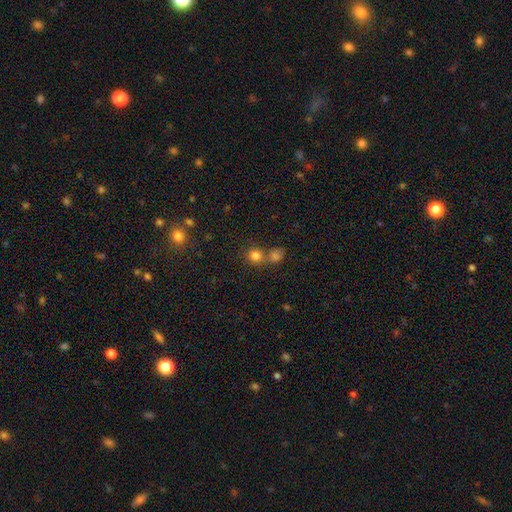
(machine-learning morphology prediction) The model was most divided on "merging": none: 52%, merger: 38%, minor disturbance: 7%, major disturbance: 3%. More confident: how rounded — round (84%); smooth or featured — smooth (79%).